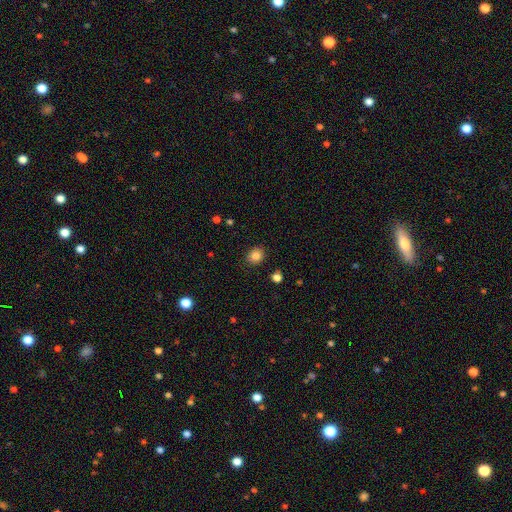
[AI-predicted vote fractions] Morphology: type=smooth (85%); roundness=round (70%); merging=none (87%).